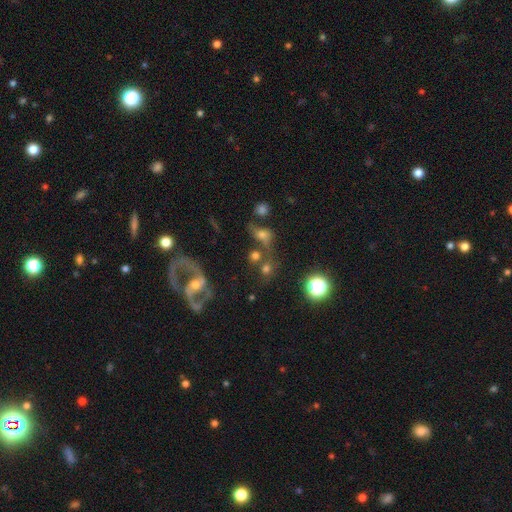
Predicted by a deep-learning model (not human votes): Smooth or featured? smooth (56%)
How rounded? round (78%)
Merging? none (43%)